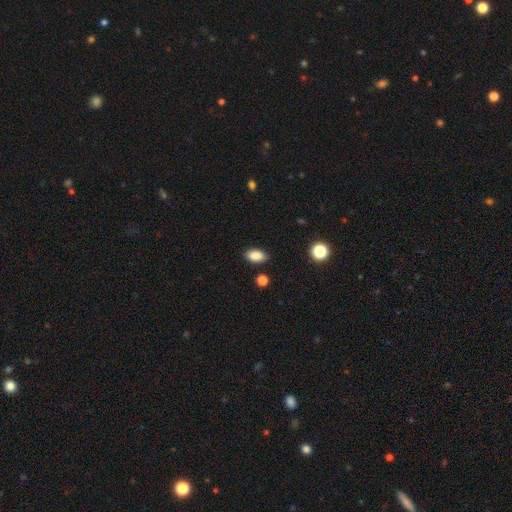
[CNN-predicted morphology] Smooth or featured? Predicted: smooth (p=0.87). How rounded? Predicted: in between (p=0.89). Merging? Predicted: none (p=0.85).